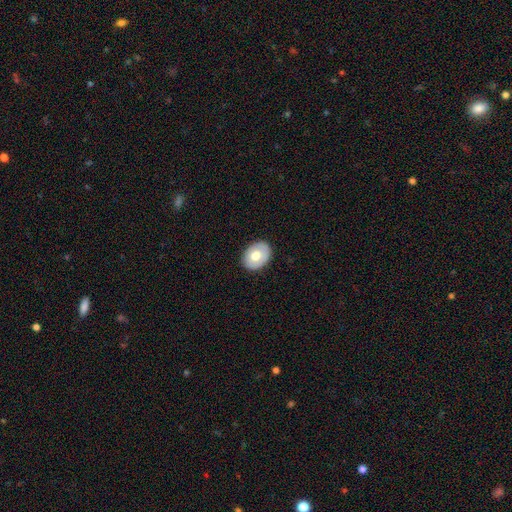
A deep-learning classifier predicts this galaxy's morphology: A smooth galaxy with no disk features (63%) that is in between round and cigar-shaped (68%).

Vote fractions:
- Smooth or featured? smooth: 63% / featured or disk: 31% / star or artifact: 6%
- How rounded? in between: 68% / round: 31% / cigar-shaped: 1%
- Merging? none: 86% / minor disturbance: 10% / major disturbance: 2% / merger: 1%